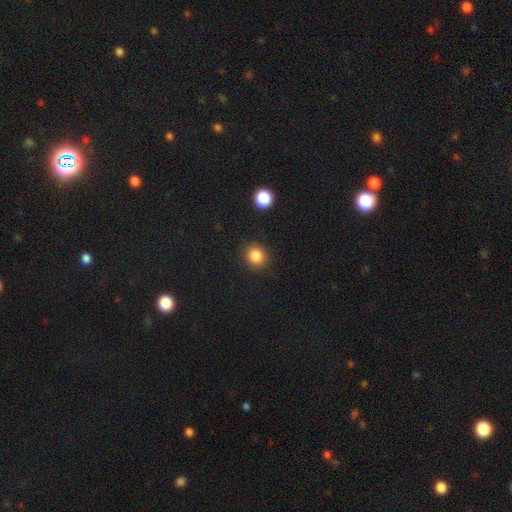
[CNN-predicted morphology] Smooth or featured?
  - smooth: 85% *
  - star or artifact: 11%
  - featured or disk: 4%
How rounded?
  - round: 82% *
  - in between: 17%
  - cigar-shaped: 1%
Merging?
  - none: 89% *
  - minor disturbance: 7%
  - major disturbance: 2%
  - merger: 2%